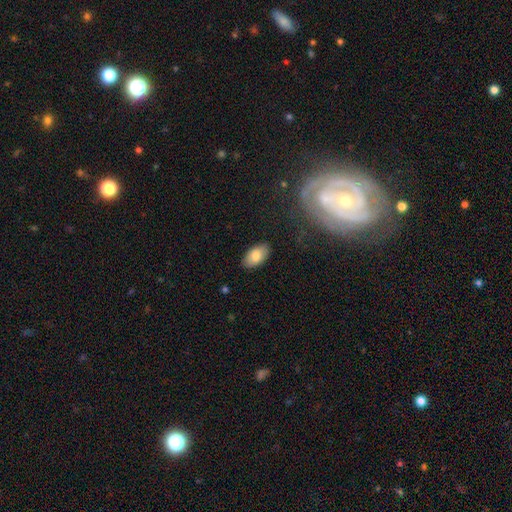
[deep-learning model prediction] Smooth or featured?
  - smooth: 82% *
  - featured or disk: 11%
  - star or artifact: 7%
How rounded?
  - in between: 95% *
  - round: 3%
  - cigar-shaped: 2%
Merging?
  - none: 87% *
  - minor disturbance: 9%
  - major disturbance: 2%
  - merger: 1%